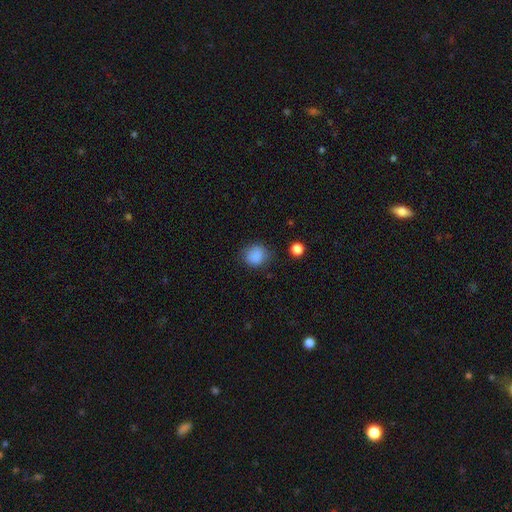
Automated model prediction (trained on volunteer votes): smooth-or-featured: smooth: 86% | star or artifact: 10% | featured or disk: 4%
  how-rounded: round: 71% | in between: 28% | cigar-shaped: 1%
  merging: none: 76% | minor disturbance: 17% | major disturbance: 5% | merger: 2%